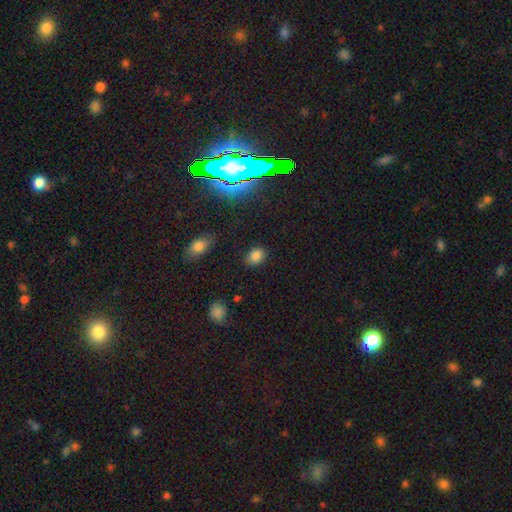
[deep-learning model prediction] smooth 80%, star or artifact 15%, featured or disk 5%. Down the decision tree: how rounded — in between (71%); merging — none (81%).